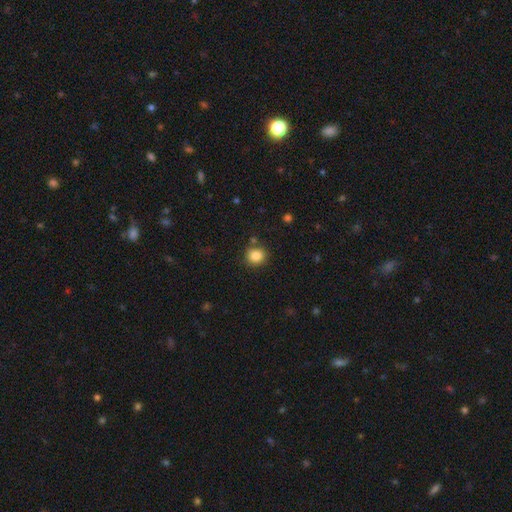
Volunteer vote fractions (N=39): A smooth galaxy with no disk features (95%) that is round (97%).

Vote fractions:
- Smooth or featured? smooth: 95% / featured or disk: 3% / star or artifact: 3%
- How rounded? round: 97% / in between: 3% / cigar-shaped: 0%
- Merging? none: 71% / minor disturbance: 13% / merger: 11% / major disturbance: 5%